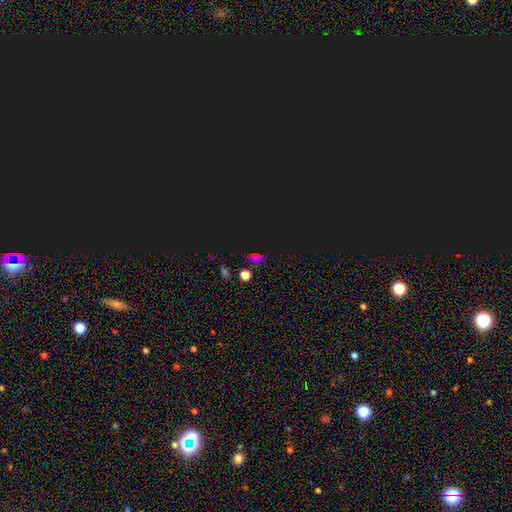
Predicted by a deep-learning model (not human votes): smooth-or-featured: star or artifact: 58% | smooth: 35% | featured or disk: 7%